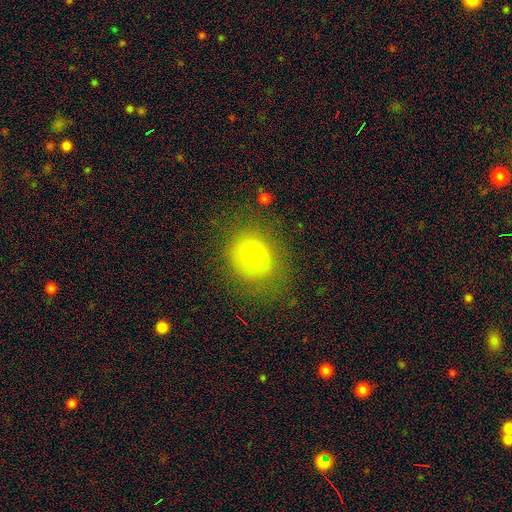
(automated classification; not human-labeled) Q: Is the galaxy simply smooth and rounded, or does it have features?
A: smooth — 61%.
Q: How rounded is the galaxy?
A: round — 65%.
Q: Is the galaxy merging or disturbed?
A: none — 60%.